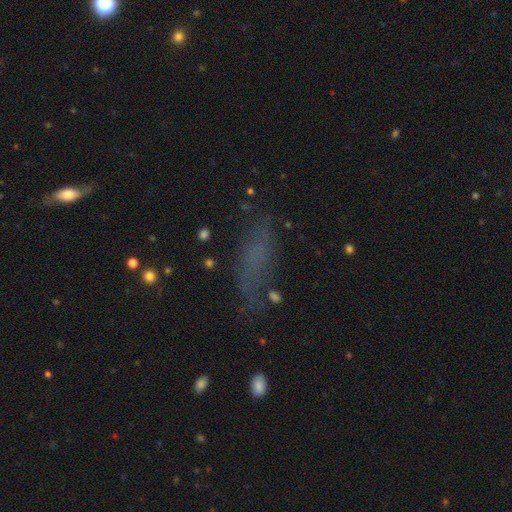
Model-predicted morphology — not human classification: Smooth or featured?
  - smooth: 52% *
  - featured or disk: 25%
  - star or artifact: 23%
How rounded?
  - in between: 53% *
  - cigar-shaped: 41%
  - round: 6%
Merging?
  - none: 62% *
  - minor disturbance: 22%
  - major disturbance: 13%
  - merger: 4%